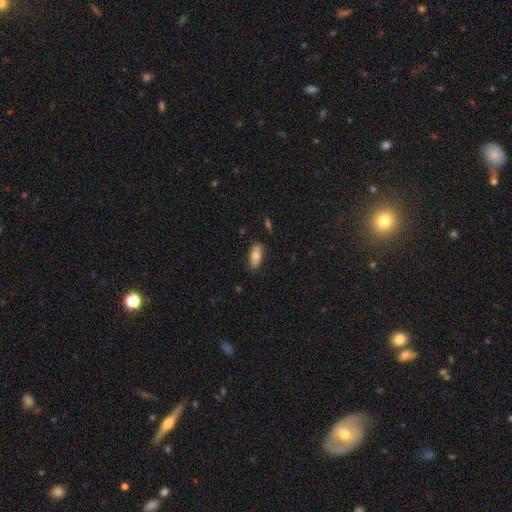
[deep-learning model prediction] smooth_or_featured: smooth (p=0.71) [alt: featured or disk p=0.22]
how_rounded: in between (p=0.84) [alt: cigar-shaped p=0.13]
merging: none (p=0.84) [alt: minor disturbance p=0.12]